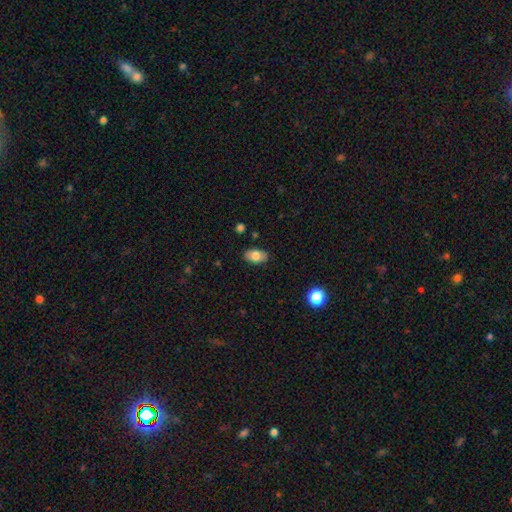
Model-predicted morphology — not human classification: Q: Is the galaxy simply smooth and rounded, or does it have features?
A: smooth — 78%.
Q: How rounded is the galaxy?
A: in between — 92%.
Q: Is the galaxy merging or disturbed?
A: none — 86%.